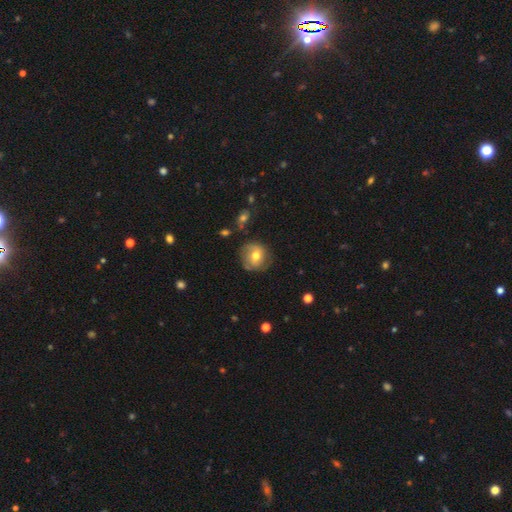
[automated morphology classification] type=smooth (51%); roundness=round (83%); merging=none (70%).